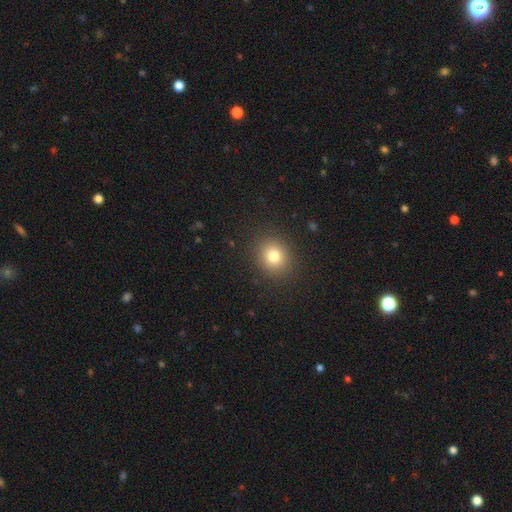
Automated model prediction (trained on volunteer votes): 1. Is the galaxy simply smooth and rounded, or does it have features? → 67% smooth, 26% star or artifact, 6% featured or disk.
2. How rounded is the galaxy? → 82% round, 16% in between, 1% cigar-shaped.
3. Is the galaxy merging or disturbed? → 92% none, 5% minor disturbance, 2% major disturbance, 1% merger.